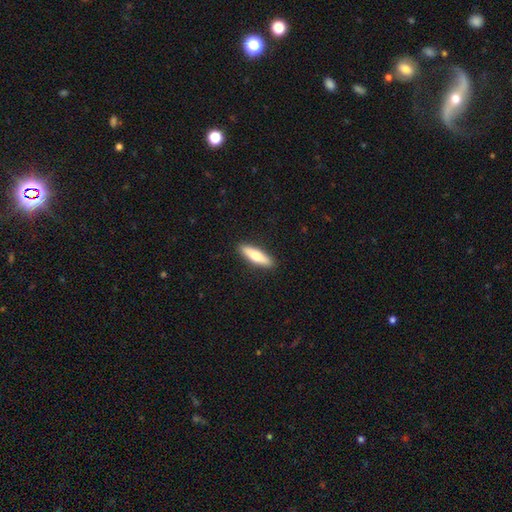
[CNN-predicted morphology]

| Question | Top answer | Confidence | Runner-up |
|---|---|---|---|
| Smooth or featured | smooth | 63% | featured or disk (31%) |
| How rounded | cigar-shaped | 71% | in between (27%) |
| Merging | none | 91% | minor disturbance (6%) |